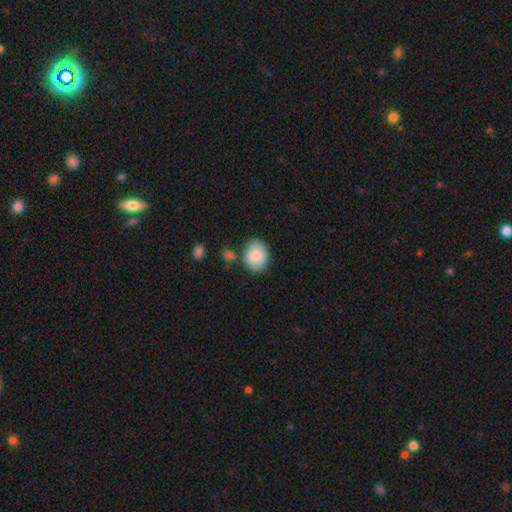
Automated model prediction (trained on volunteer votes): smooth-or-featured: smooth: 85% | featured or disk: 9% | star or artifact: 6%
  how-rounded: in between: 63% | round: 36% | cigar-shaped: 1%
  merging: none: 69% | minor disturbance: 18% | merger: 9% | major disturbance: 4%